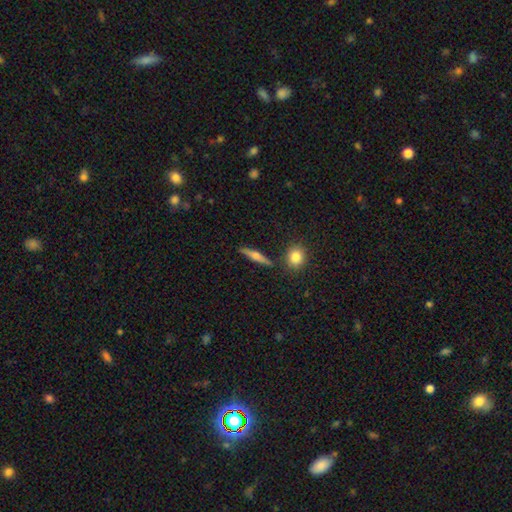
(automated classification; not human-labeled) Smooth or featured? Predicted: featured or disk (p=0.52). Edge-on disk? Predicted: yes (p=0.95). Merging? Predicted: none (p=0.85).